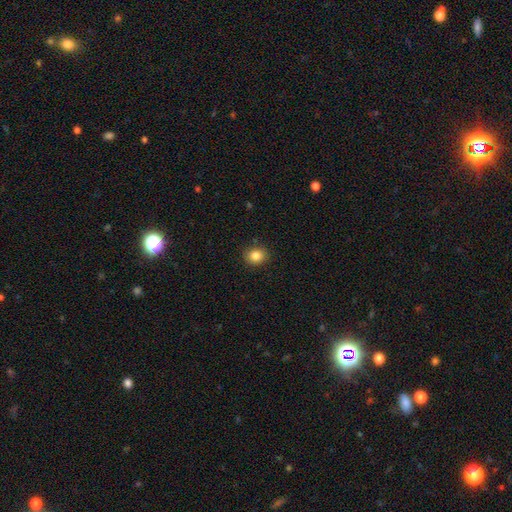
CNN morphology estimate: A smooth galaxy with no disk features (85%) that is round (73%). Merging: none (88%).